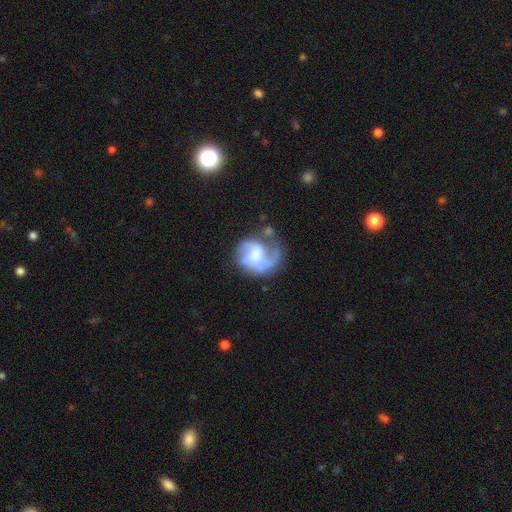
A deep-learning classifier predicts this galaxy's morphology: Q: Smooth or featured?
A: featured or disk (75%); runner-up: smooth (18%)
Q: Edge-on disk?
A: no (98%); runner-up: yes (2%)
Q: Bar?
A: no (50%); runner-up: weak (41%)
Q: Spiral arms?
A: yes (89%); runner-up: no (11%)
Q: Spiral winding?
A: medium (43%); runner-up: loose (37%)
Q: Spiral arm count?
A: 2 (43%); runner-up: 1 (23%)
Q: Bulge size?
A: moderate (36%); runner-up: small (32%)
Q: Merging?
A: none (45%); runner-up: major disturbance (27%)